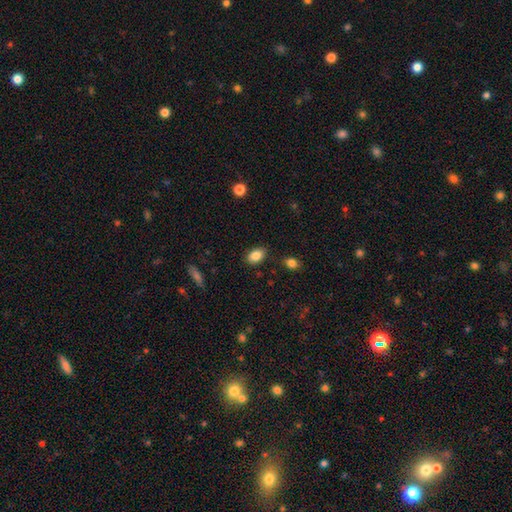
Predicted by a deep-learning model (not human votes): Smooth or featured: smooth — 86% (star or artifact — 8%)
How rounded: in between — 86% (round — 13%)
Merging: none — 84% (minor disturbance — 11%)